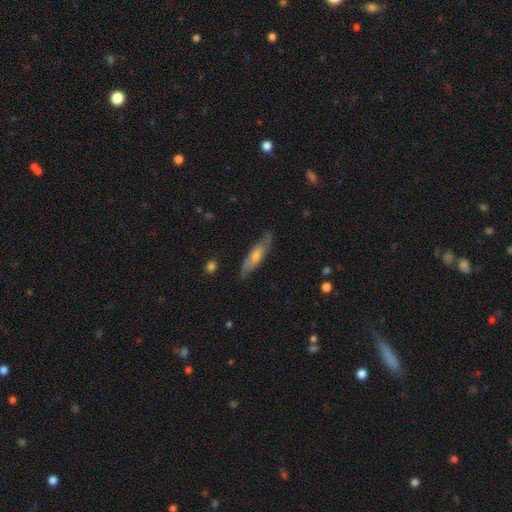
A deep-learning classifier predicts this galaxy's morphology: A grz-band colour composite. It shows a featured or disk galaxy (54%) viewed edge-on (54%). Merging: none (80%).